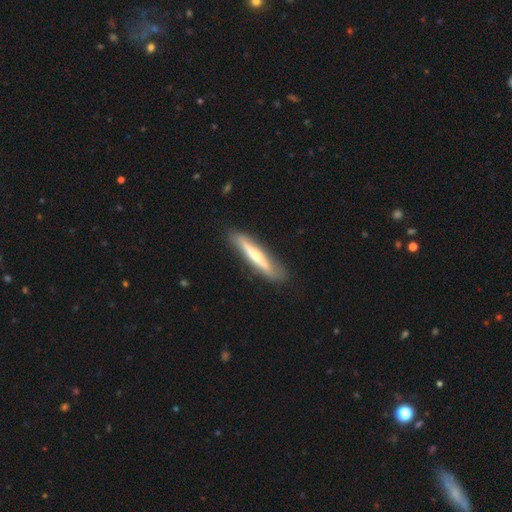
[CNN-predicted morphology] Smooth or featured?
  - featured or disk: 56% *
  - smooth: 40%
  - star or artifact: 5%
Edge-on disk?
  - yes: 86% *
  - no: 14%
Merging?
  - none: 84% *
  - minor disturbance: 12%
  - major disturbance: 3%
  - merger: 1%